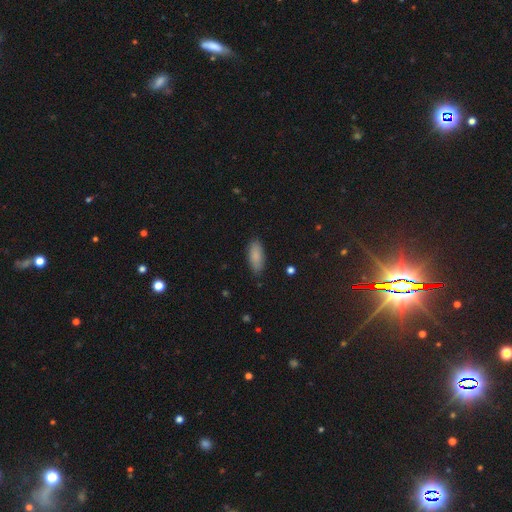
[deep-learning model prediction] Smooth or featured?
  - smooth: 86% *
  - featured or disk: 7%
  - star or artifact: 7%
How rounded?
  - in between: 80% *
  - cigar-shaped: 18%
  - round: 2%
Merging?
  - none: 84% *
  - minor disturbance: 12%
  - major disturbance: 2%
  - merger: 1%